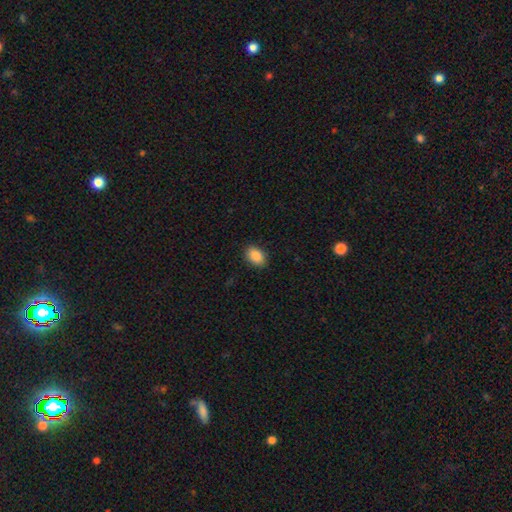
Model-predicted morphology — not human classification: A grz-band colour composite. It shows a smooth galaxy with no disk features (87%) that is in between round and cigar-shaped (81%). Merging: none (90%).